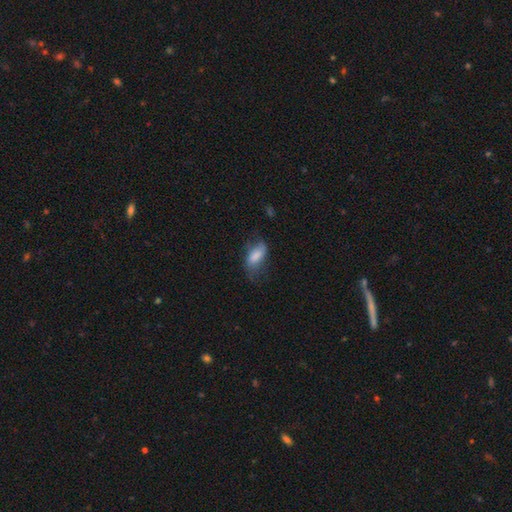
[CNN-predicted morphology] smooth_or_featured: smooth (p=0.70) [alt: featured or disk p=0.22]
how_rounded: in between (p=0.87) [alt: cigar-shaped p=0.09]
merging: none (p=0.44) [alt: minor disturbance p=0.32]